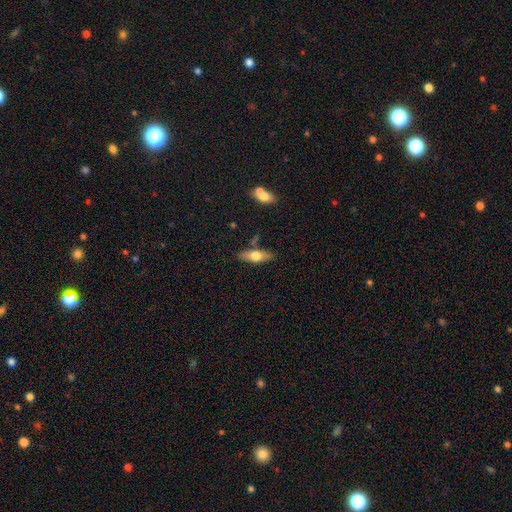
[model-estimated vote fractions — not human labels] The model was most divided on "smooth or featured": smooth: 52%, featured or disk: 42%, star or artifact: 7%. More confident: merging — none (78%); how rounded — in between (55%).